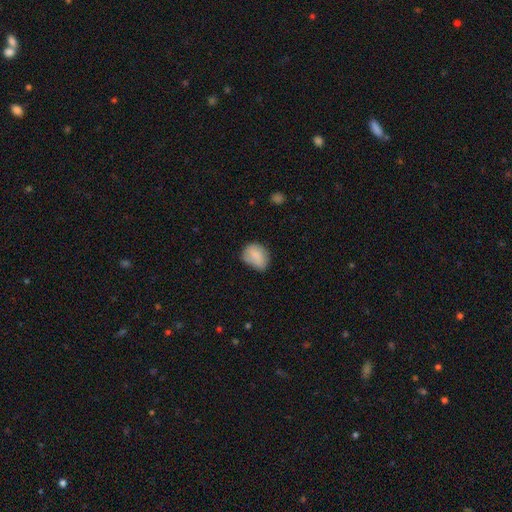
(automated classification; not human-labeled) Morphology: type=smooth (83%); roundness=in between (63%); merging=none (53%).